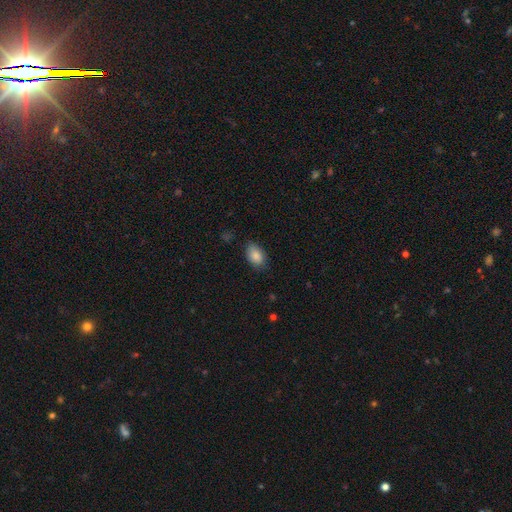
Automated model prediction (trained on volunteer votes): The model was most divided on "merging": none: 74%, minor disturbance: 21%, major disturbance: 4%, merger: 1%. More confident: how rounded — in between (87%); smooth or featured — smooth (86%).